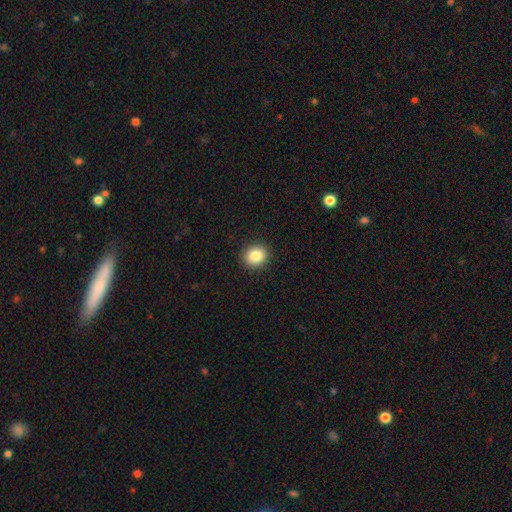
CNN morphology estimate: smooth 85%, star or artifact 10%, featured or disk 6%. Down the decision tree: how rounded — round (77%); merging — none (91%).